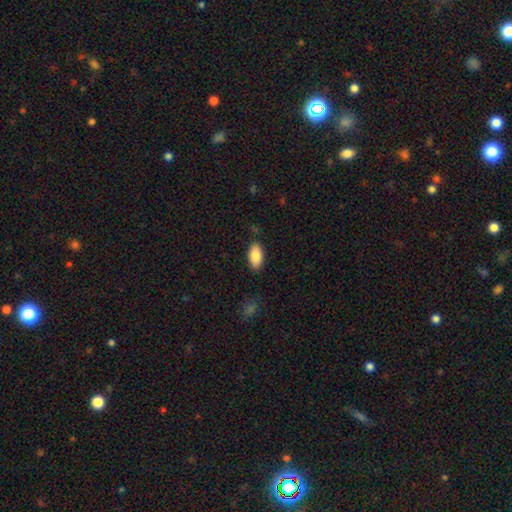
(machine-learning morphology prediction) smooth 86%, featured or disk 8%, star or artifact 6%. Down the decision tree: how rounded — in between (93%); merging — none (86%).